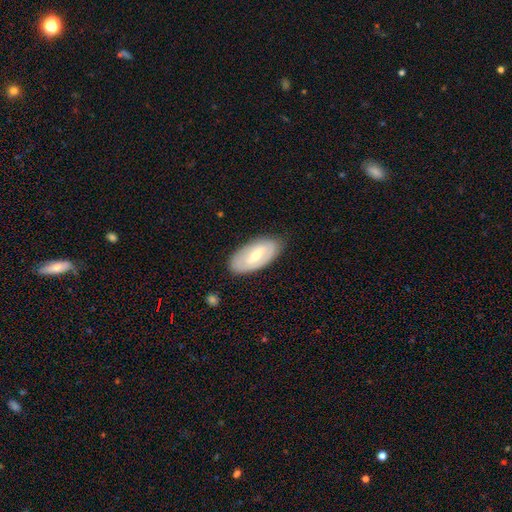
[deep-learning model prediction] smooth-or-featured: featured or disk: 54% | smooth: 40% | star or artifact: 5%
  disk-edge-on: no: 87% | yes: 13%
  merging: none: 83% | minor disturbance: 13% | major disturbance: 3% | merger: 1%